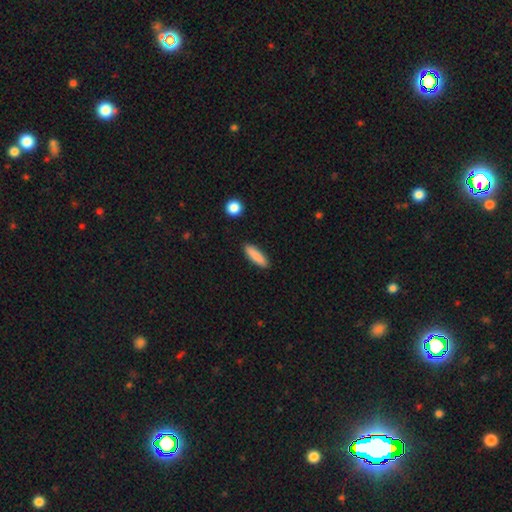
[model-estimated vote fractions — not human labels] Smooth or featured: smooth — 87% (star or artifact — 6%)
How rounded: cigar-shaped — 64% (in between — 34%)
Merging: none — 90% (minor disturbance — 7%)